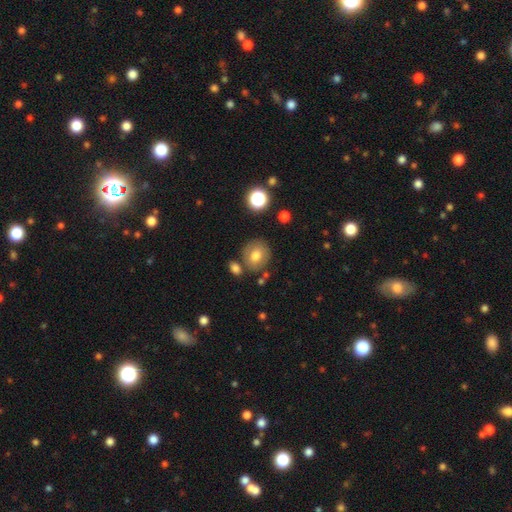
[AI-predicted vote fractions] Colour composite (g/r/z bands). It shows a smooth galaxy with no disk features (73%) that is round (73%). Merging: none (74%).